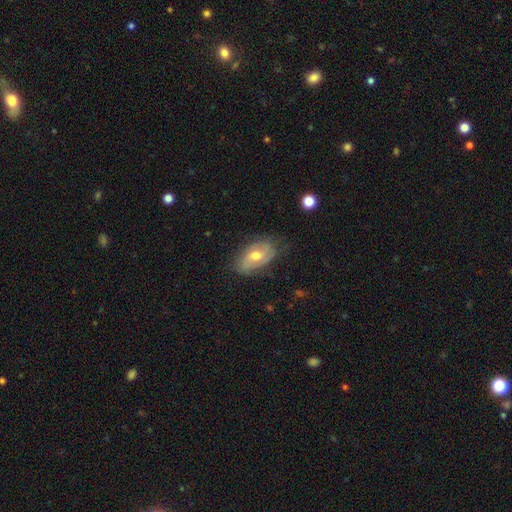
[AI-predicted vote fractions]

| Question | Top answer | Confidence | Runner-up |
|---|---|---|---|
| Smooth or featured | featured or disk | 53% | smooth (40%) |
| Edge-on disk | no | 91% | yes (9%) |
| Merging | none | 66% | minor disturbance (26%) |